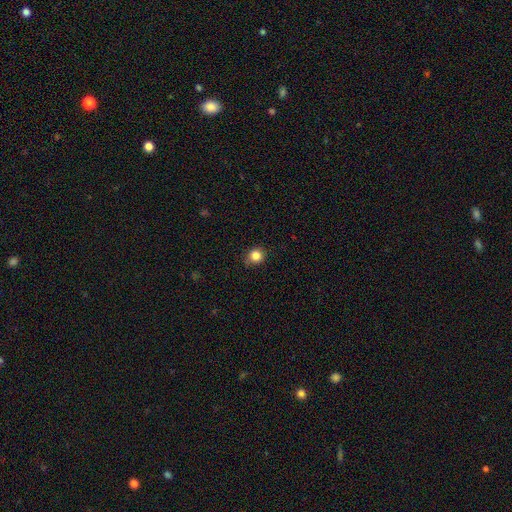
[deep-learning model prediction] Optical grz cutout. It shows a smooth galaxy with no disk features (84%) that is round (87%). Merging: none (83%).